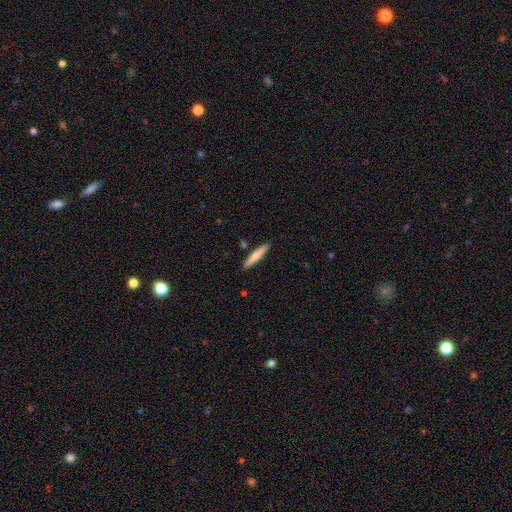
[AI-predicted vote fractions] This is likely a smooth galaxy (68%). How rounded: clearly cigar-shaped (92%). Merging: clearly none (88%).